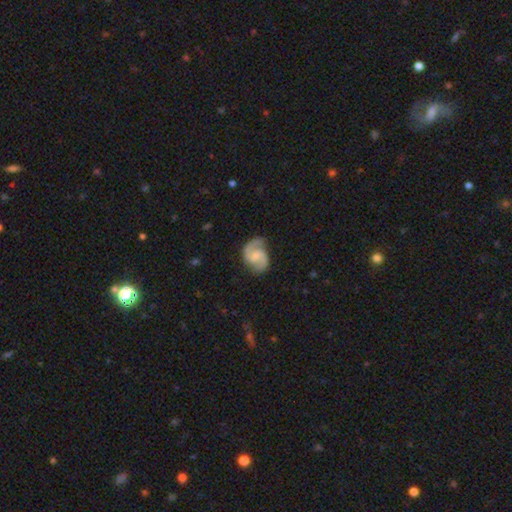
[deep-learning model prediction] This is clearly a featured or disk galaxy (88%). It is clearly not viewed edge-on (98%). Bar: possibly weak (49%). Spiral arm pattern: clearly yes (98%). Spiral arm count: clearly 2 (92%). Spiral winding: possibly medium (58%). Central bulge: possibly small (48%). Merging: likely none (76%).